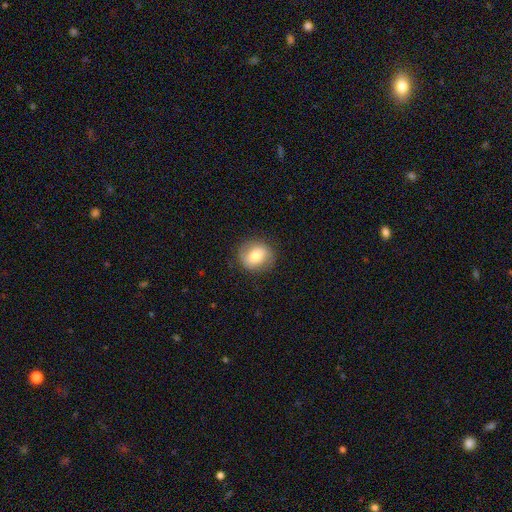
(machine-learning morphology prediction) Overall: smooth (71%). How rounded: round (74%). Merging: none (85%).